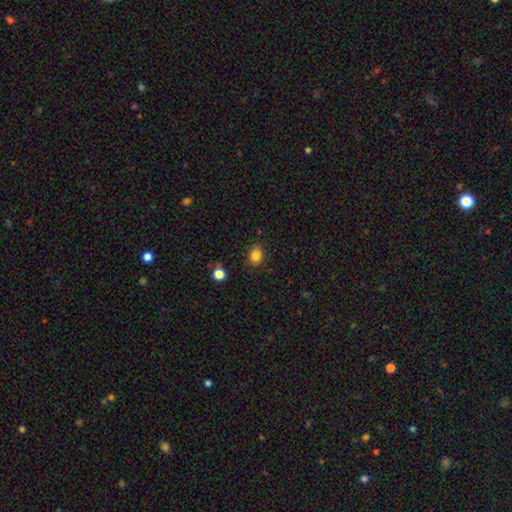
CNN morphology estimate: Smooth or featured? smooth (83%)
How rounded? in between (51%)
Merging? none (83%)